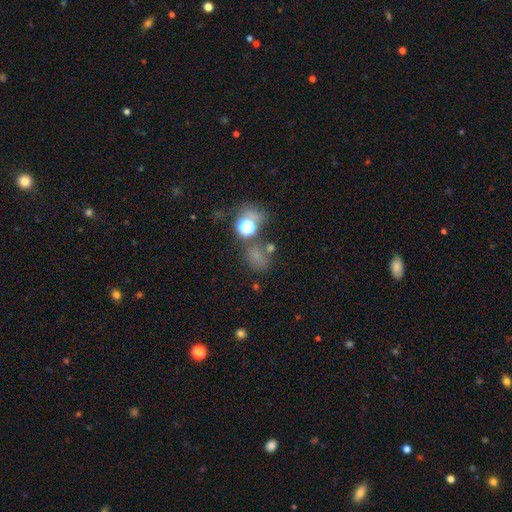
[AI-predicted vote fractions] Overall: smooth (52%; star or artifact 36%). How rounded: round (53%; in between 45%). Merging: none (51%; merger 21%).